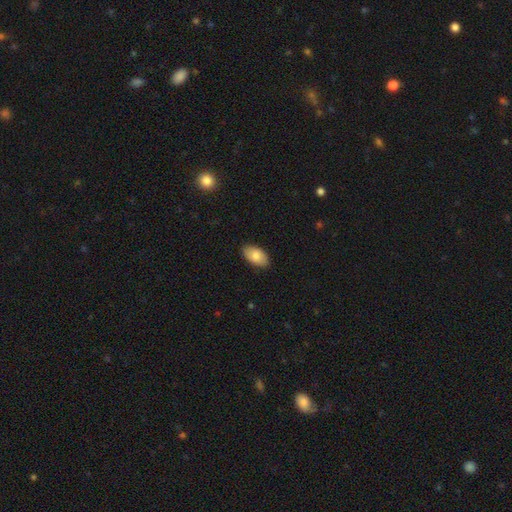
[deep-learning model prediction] Smooth or featured? smooth (83%)
How rounded? in between (95%)
Merging? none (87%)